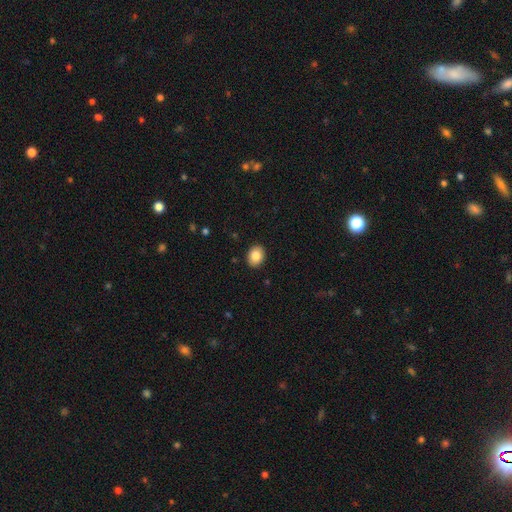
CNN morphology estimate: Smooth or featured? Predicted: smooth (p=0.85). How rounded? Predicted: in between (p=0.58). Merging? Predicted: none (p=0.91).